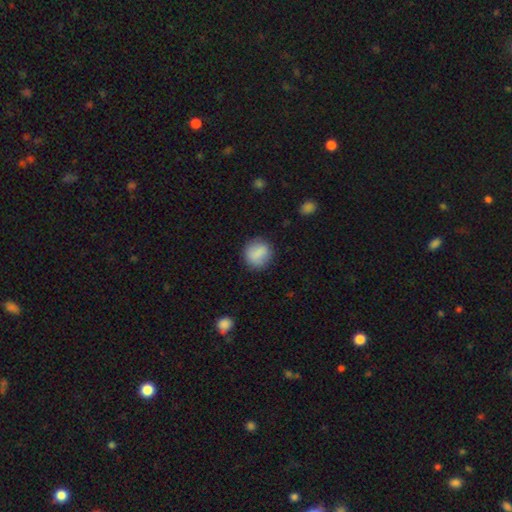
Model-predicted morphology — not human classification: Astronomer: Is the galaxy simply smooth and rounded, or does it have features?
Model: smooth — 83%.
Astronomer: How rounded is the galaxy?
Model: round — 82%.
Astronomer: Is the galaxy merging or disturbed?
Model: none — 82%.